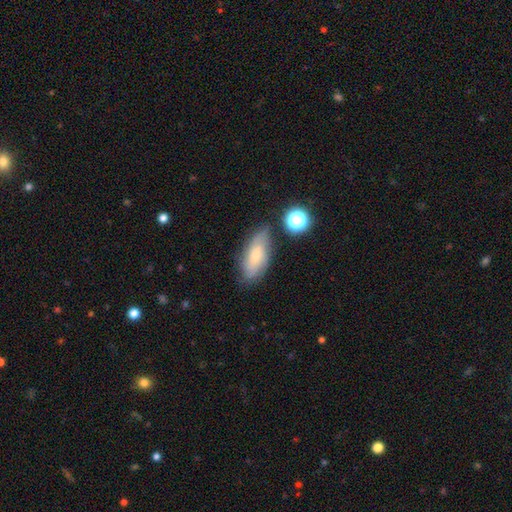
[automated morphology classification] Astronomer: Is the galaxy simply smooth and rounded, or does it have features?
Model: smooth — 55% (runner-up: featured or disk, 34%).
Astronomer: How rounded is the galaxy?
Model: in between — 81%.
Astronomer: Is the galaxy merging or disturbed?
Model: none — 66%.